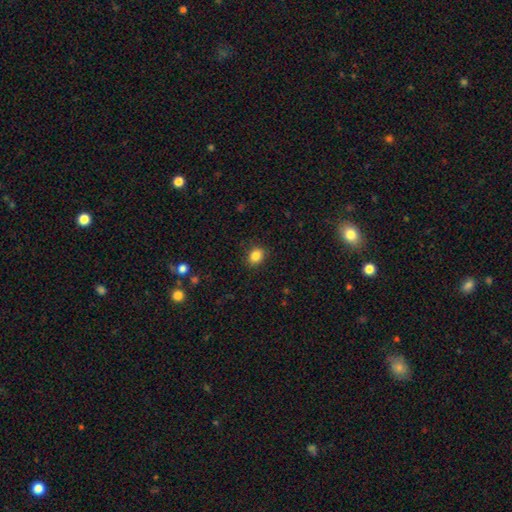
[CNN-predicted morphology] Smooth or featured? smooth (86%)
How rounded? in between (51%)
Merging? none (87%)